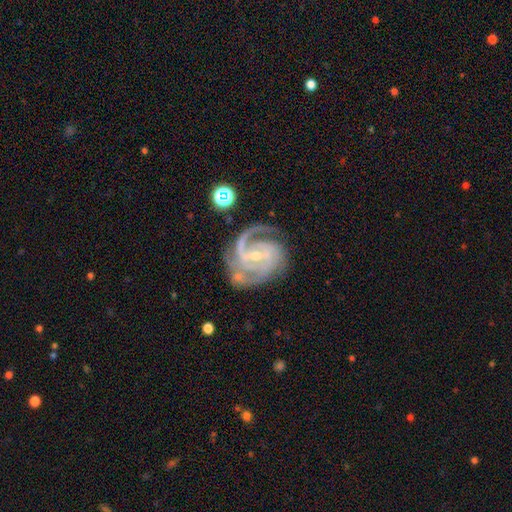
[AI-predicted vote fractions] Smooth or featured?
  - featured or disk: 92% *
  - star or artifact: 5%
  - smooth: 3%
Edge-on disk?
  - no: 98% *
  - yes: 2%
Bar?
  - weak: 44% *
  - strong: 29%
  - no: 27%
Spiral arms?
  - yes: 98% *
  - no: 2%
Spiral winding?
  - tight: 50% *
  - medium: 44%
  - loose: 6%
Spiral arm count?
  - 2: 42% *
  - 3: 33%
  - can't tell: 9%
  - 4: 7%
  - 1: 5%
  - more than 4: 4%
Bulge size?
  - small: 73% *
  - moderate: 24%
  - none: 2%
  - large: 1%
  - dominant: 1%
Merging?
  - none: 66% *
  - minor disturbance: 20%
  - major disturbance: 10%
  - merger: 3%